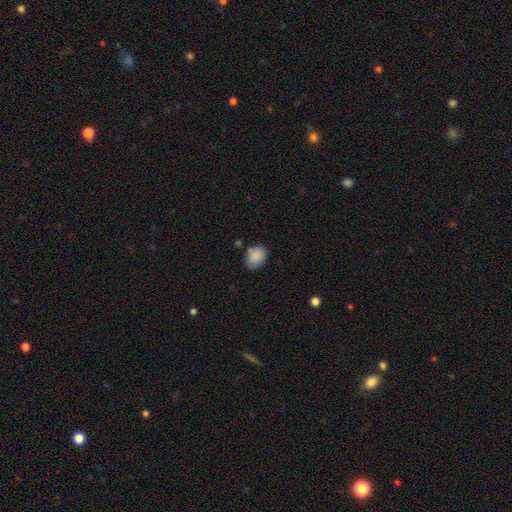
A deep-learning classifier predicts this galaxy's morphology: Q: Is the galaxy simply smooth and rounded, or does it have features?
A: smooth — 87%.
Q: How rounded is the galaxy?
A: in between — 71%.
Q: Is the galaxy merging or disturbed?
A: none — 68%.